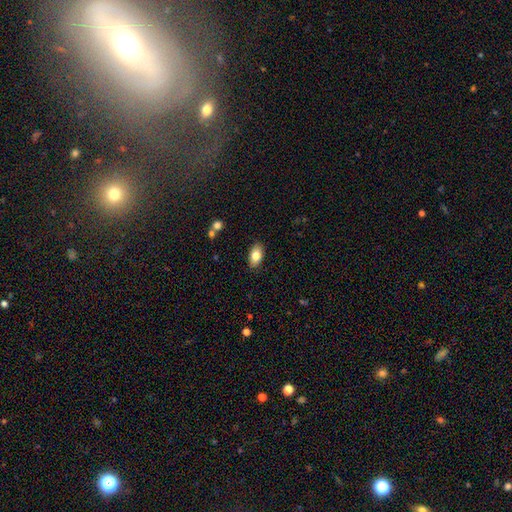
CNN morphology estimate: A smooth galaxy with no disk features (81%) that is in between round and cigar-shaped (92%). Merging: none (87%).